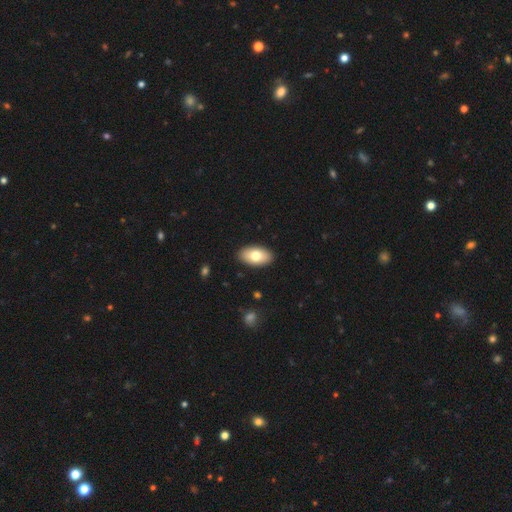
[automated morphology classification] Q: Smooth or featured?
A: smooth (75%); runner-up: featured or disk (18%)
Q: How rounded?
A: in between (94%); runner-up: round (4%)
Q: Merging?
A: none (90%); runner-up: minor disturbance (7%)